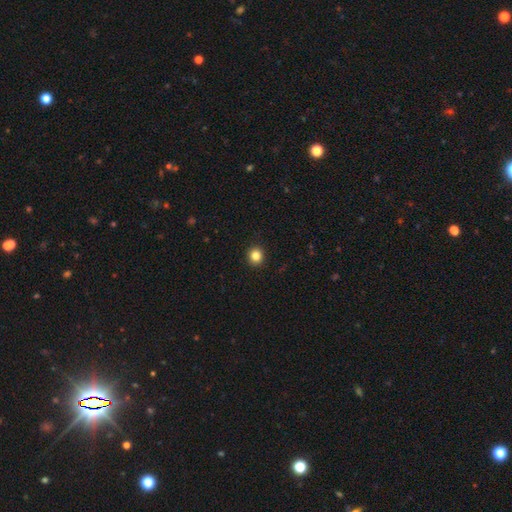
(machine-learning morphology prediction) Smooth or featured? Predicted: smooth (p=0.84). How rounded? Predicted: round (p=0.90). Merging? Predicted: none (p=0.93).